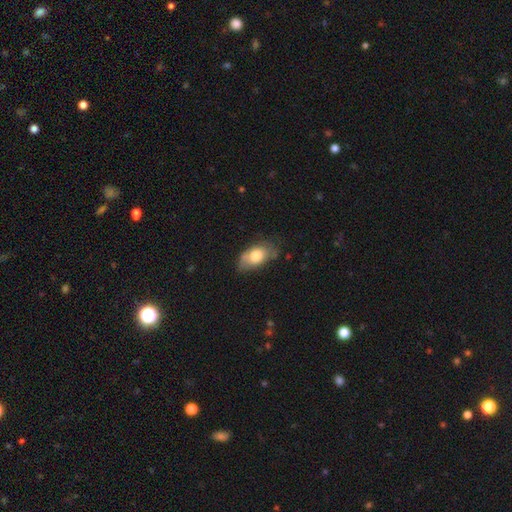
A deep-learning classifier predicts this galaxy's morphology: Smooth or featured?
  - smooth: 71% *
  - featured or disk: 23%
  - star or artifact: 7%
How rounded?
  - in between: 90% *
  - round: 7%
  - cigar-shaped: 3%
Merging?
  - none: 56% *
  - minor disturbance: 32%
  - major disturbance: 9%
  - merger: 3%